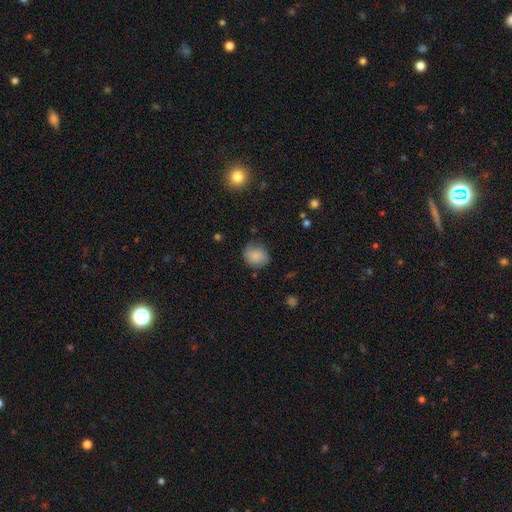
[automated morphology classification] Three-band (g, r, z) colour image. It shows a smooth galaxy with no disk features (82%) that is round (71%). Merging: none (72%).